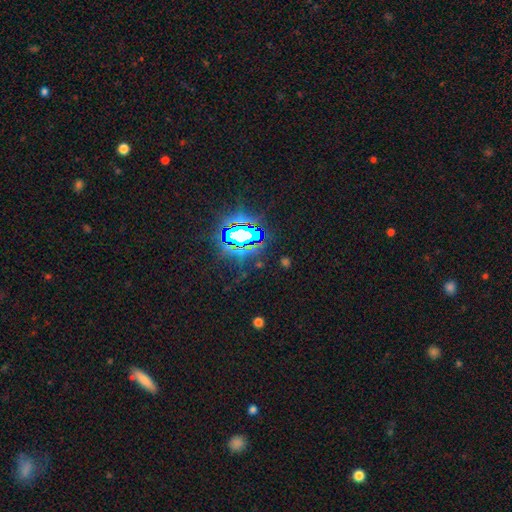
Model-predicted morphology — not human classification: This appears to be a star or artifact, not a galaxy (81%).